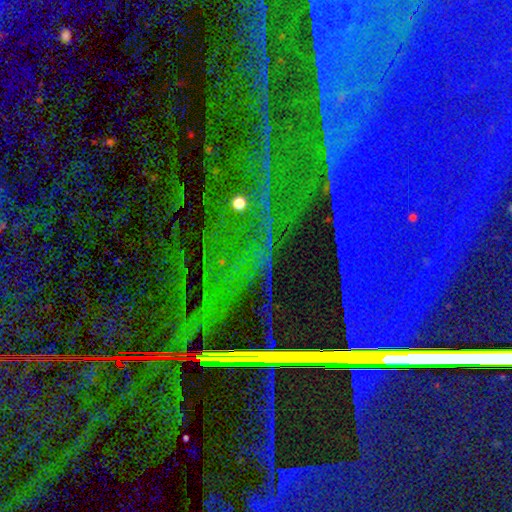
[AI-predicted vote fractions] This appears to be a star or artifact, not a galaxy (85%).